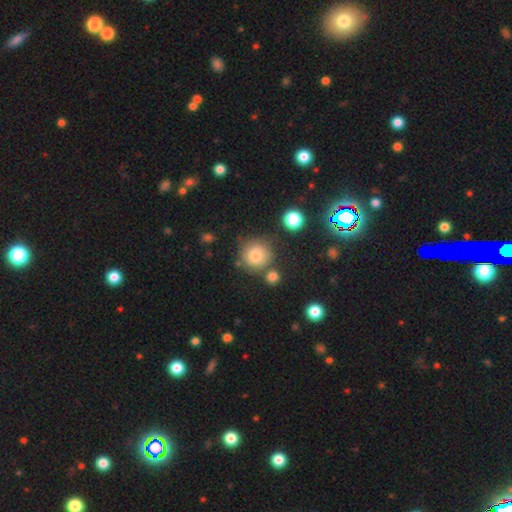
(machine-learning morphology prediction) type=smooth (79%); roundness=round (93%); merging=none (74%).